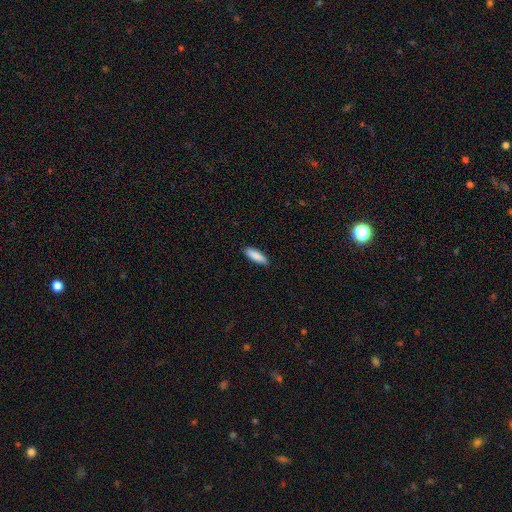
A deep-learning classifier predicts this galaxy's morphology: smooth 88%, featured or disk 6%, star or artifact 5%. Down the decision tree: how rounded — cigar-shaped (55%); merging — none (89%).